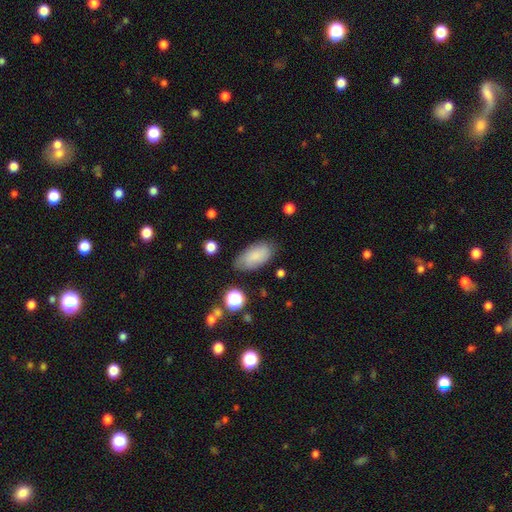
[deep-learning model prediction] smooth 81%, featured or disk 11%, star or artifact 8%. Down the decision tree: how rounded — in between (92%); merging — none (75%).